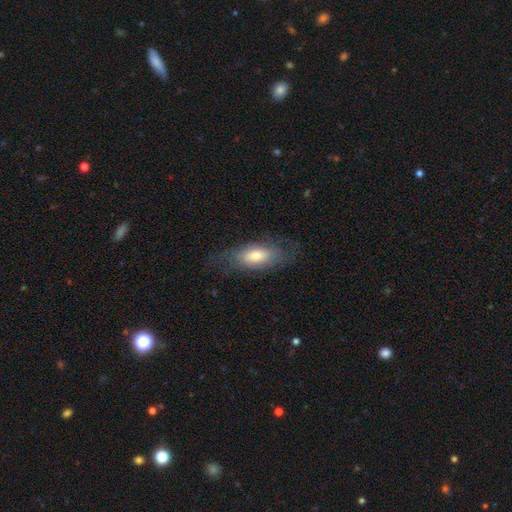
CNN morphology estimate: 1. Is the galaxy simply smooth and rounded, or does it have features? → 57% smooth, 36% featured or disk, 7% star or artifact.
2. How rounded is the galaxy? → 81% in between, 15% cigar-shaped, 4% round.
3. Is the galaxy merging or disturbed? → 64% none, 21% minor disturbance, 13% major disturbance, 1% merger.